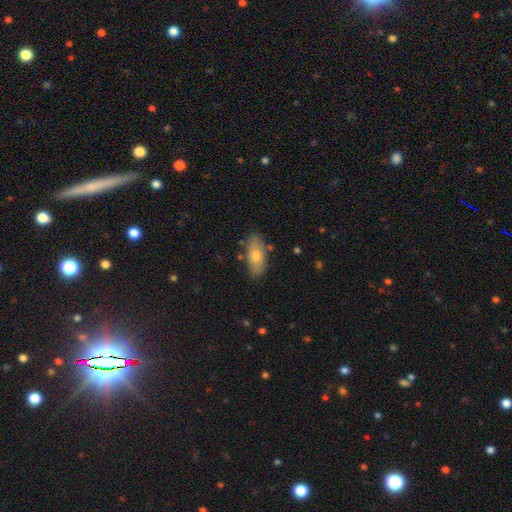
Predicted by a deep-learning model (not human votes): Smooth or featured? smooth (71%)
How rounded? in between (79%)
Merging? none (81%)